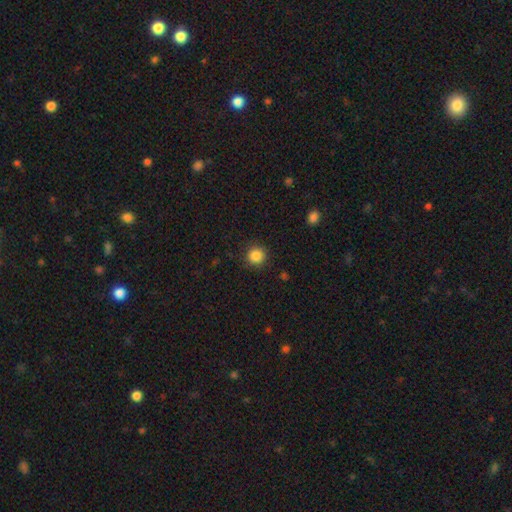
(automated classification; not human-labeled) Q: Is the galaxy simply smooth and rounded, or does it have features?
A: smooth — 86%.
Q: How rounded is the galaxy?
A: round — 92%.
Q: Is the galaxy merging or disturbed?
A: none — 89%.